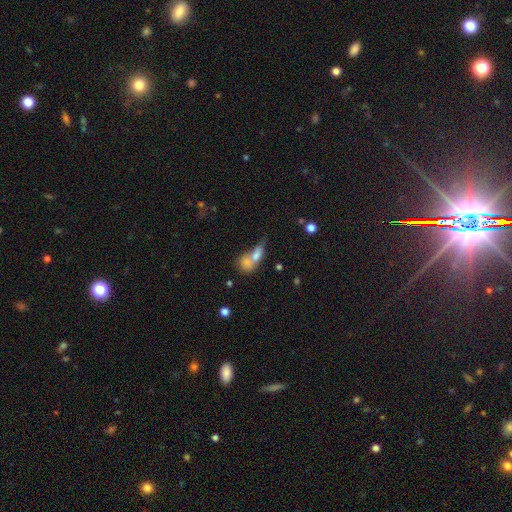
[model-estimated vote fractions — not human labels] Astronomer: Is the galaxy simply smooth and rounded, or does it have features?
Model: smooth — 73%.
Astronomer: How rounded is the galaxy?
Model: in between — 70%.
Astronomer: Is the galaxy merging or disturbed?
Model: merger — 62%.